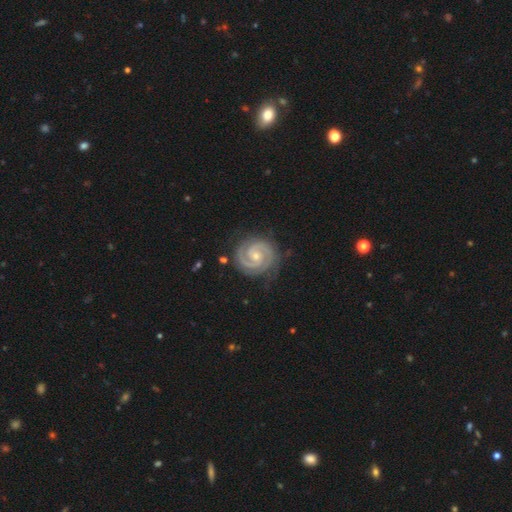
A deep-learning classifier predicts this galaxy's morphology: Overall: featured or disk (93%). Edge-on disk: no (98%). Bar: no (56%; weak 33%). Spiral arms: yes (99%). Spiral arm count: 2 (89%). Spiral winding: tight (71%). Bulge size: small (61%; moderate 35%). Merging: none (80%).